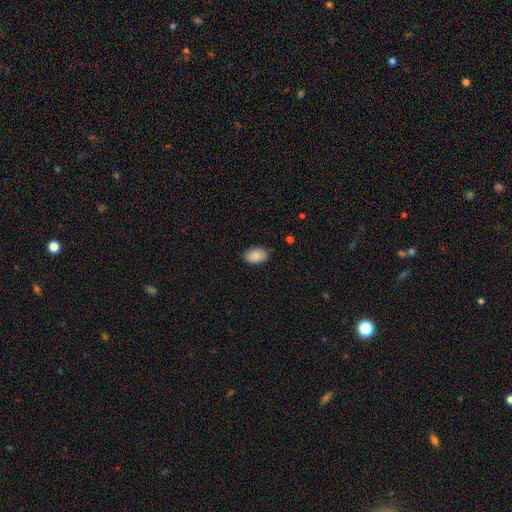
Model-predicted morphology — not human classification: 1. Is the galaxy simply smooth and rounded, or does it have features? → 89% smooth, 7% star or artifact, 4% featured or disk.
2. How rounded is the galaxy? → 90% in between, 9% round, 1% cigar-shaped.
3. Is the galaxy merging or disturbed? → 86% none, 11% minor disturbance, 2% major disturbance, 1% merger.